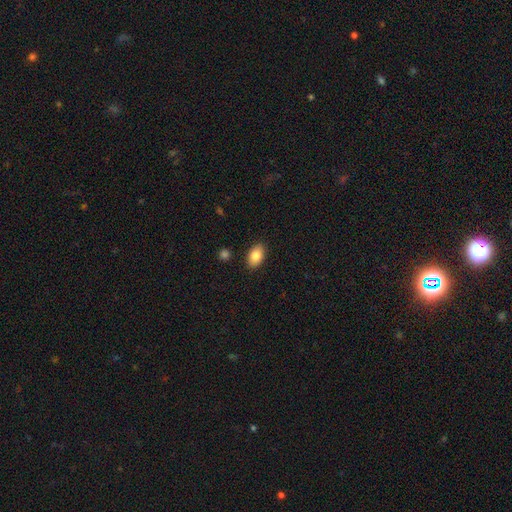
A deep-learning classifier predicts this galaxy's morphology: type=smooth (83%); roundness=in between (91%); merging=none (88%).